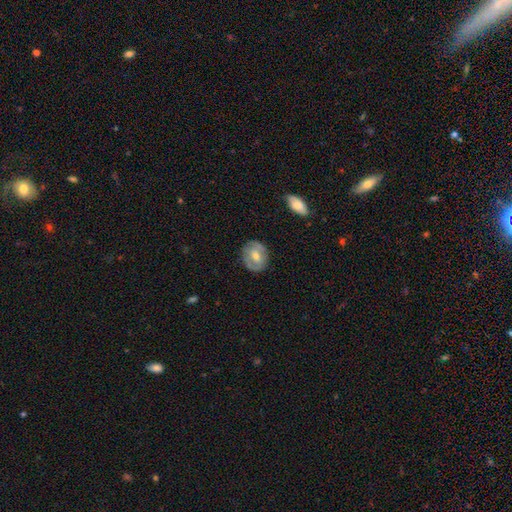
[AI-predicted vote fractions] smooth_or_featured: featured or disk (p=0.52) [alt: smooth p=0.42]
disk_edge_on: no (p=0.95) [alt: yes p=0.05]
merging: none (p=0.81) [alt: minor disturbance p=0.14]